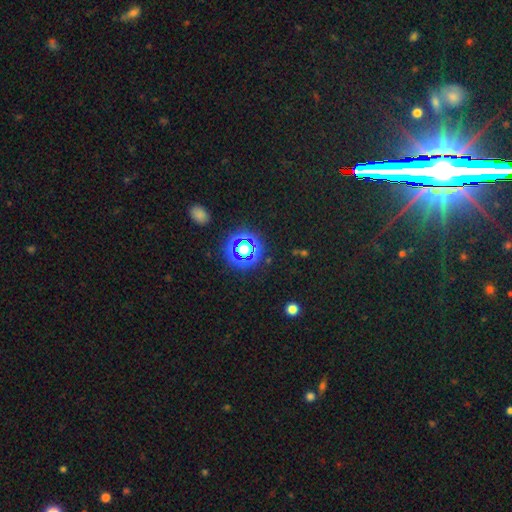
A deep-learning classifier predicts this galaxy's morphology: The model was most divided on "smooth or featured": star or artifact: 75%, smooth: 14%, featured or disk: 11%.